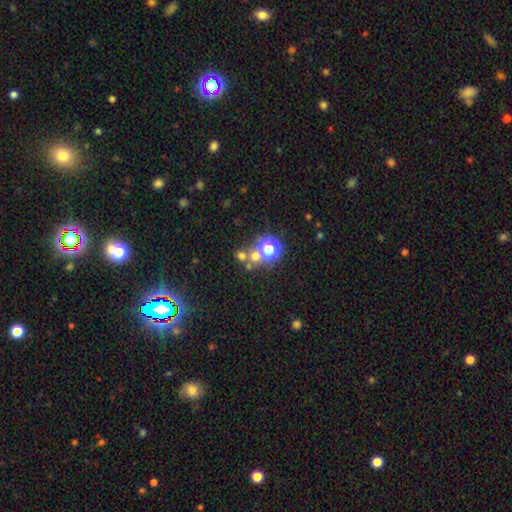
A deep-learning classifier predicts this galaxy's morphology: Smooth or featured?
  - smooth: 51% *
  - star or artifact: 38%
  - featured or disk: 11%
How rounded?
  - round: 86% *
  - in between: 12%
  - cigar-shaped: 1%
Merging?
  - none: 58% *
  - merger: 29%
  - minor disturbance: 7%
  - major disturbance: 5%